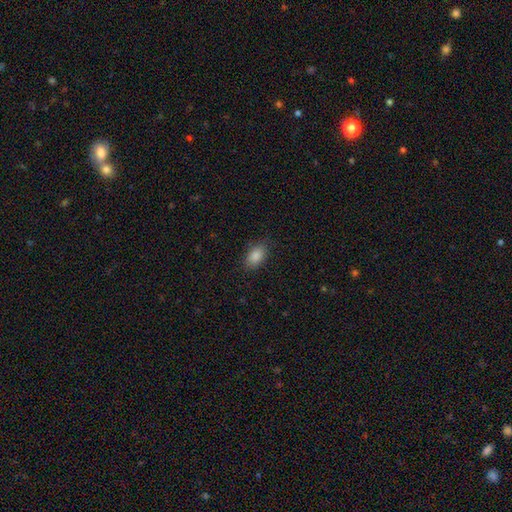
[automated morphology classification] type=smooth (88%); roundness=in between (91%); merging=none (84%).